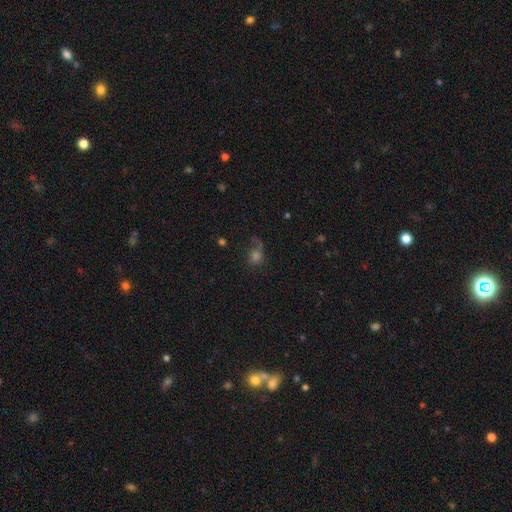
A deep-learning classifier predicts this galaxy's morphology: A smooth galaxy with no disk features (52%) that is round (66%). Merging: none (47%).